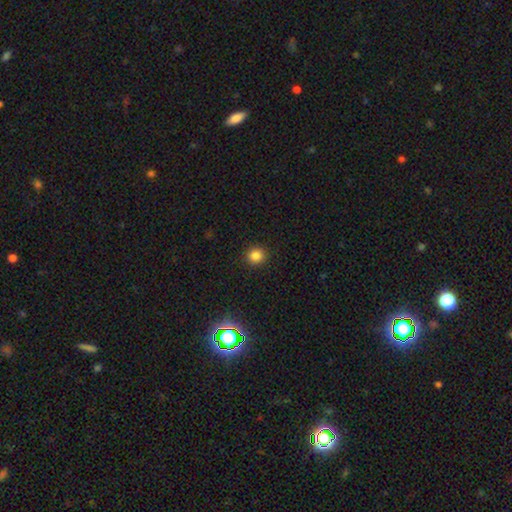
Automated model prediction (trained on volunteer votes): smooth_or_featured: smooth (p=0.83) [alt: star or artifact p=0.13]
how_rounded: round (p=0.91) [alt: in between p=0.08]
merging: none (p=0.92) [alt: minor disturbance p=0.05]